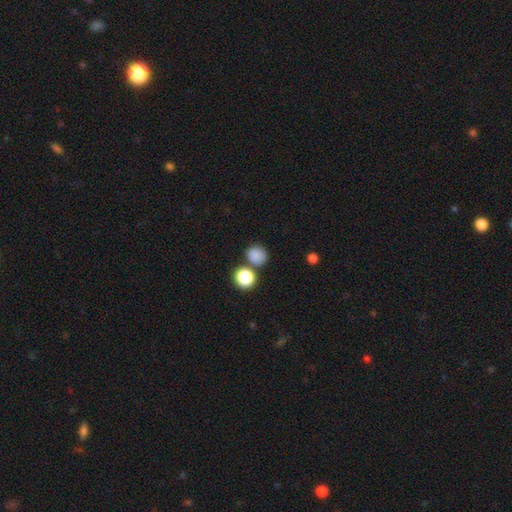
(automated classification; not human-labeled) Smooth or featured? smooth (83%)
How rounded? round (82%)
Merging? none (69%)